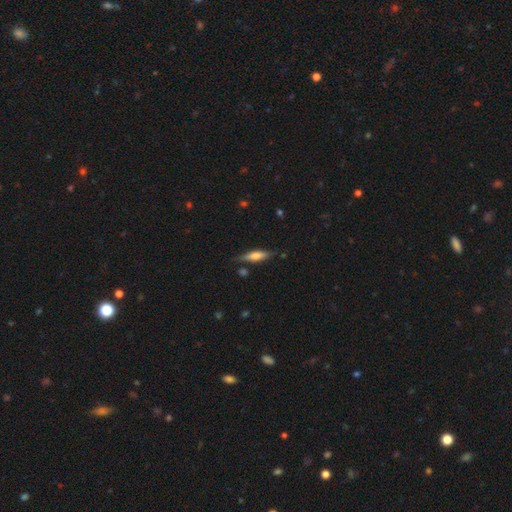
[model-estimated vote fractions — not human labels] The model was most divided on "smooth or featured": featured or disk: 48%, smooth: 46%, star or artifact: 7%. More confident: merging — none (79%).